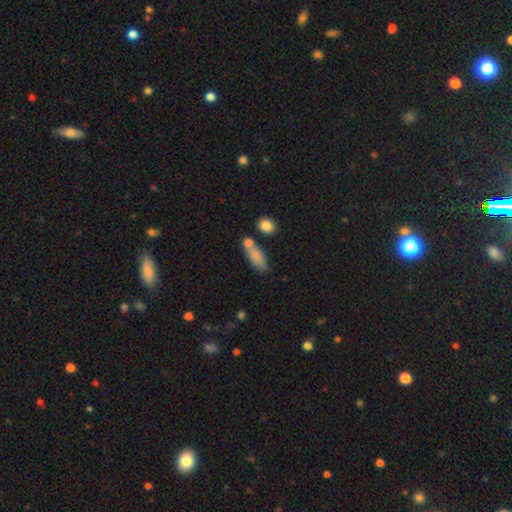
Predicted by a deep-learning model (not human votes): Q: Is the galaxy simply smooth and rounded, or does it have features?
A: smooth — 82%.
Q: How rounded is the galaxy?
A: in between — 71%.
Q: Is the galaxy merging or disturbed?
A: none — 57%.